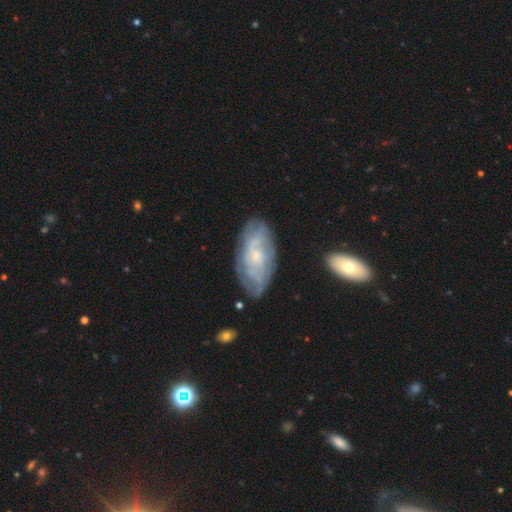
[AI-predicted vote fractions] Morphology: type=featured or disk (68%); edge-on=no (93%); bar=no (72%); spiral arms=yes (77%); bulge=small (63%); merging=none (71%).